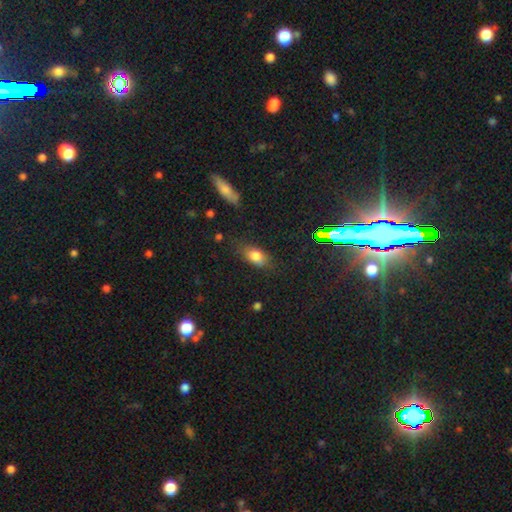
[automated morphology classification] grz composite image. It shows a smooth galaxy with no disk features (78%) that is in between round and cigar-shaped (82%). Merging: none (76%).